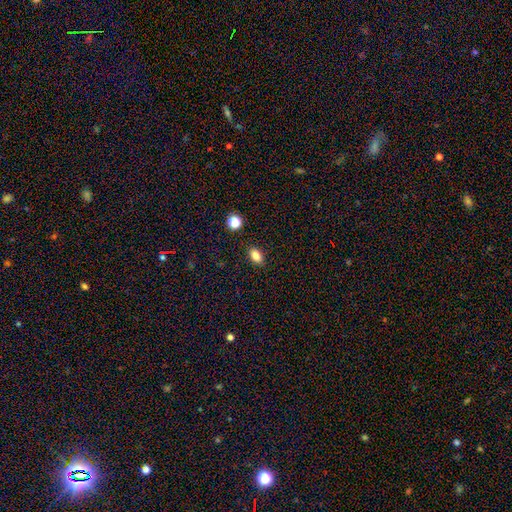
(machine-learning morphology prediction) Smooth or featured? smooth (83%)
How rounded? in between (85%)
Merging? none (88%)